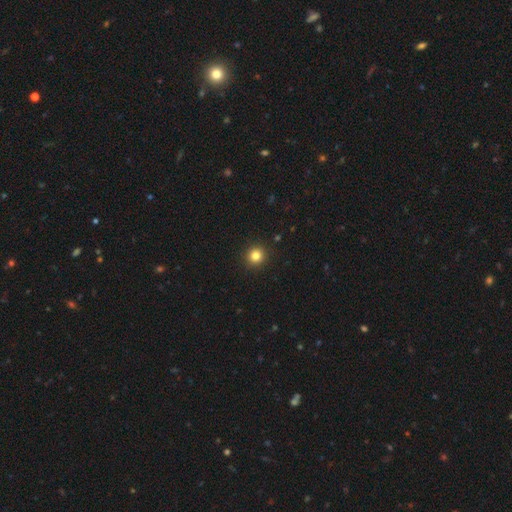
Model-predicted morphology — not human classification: smooth_or_featured: smooth (p=0.82) [alt: star or artifact p=0.13]
how_rounded: round (p=0.94) [alt: in between p=0.05]
merging: none (p=0.93) [alt: minor disturbance p=0.04]